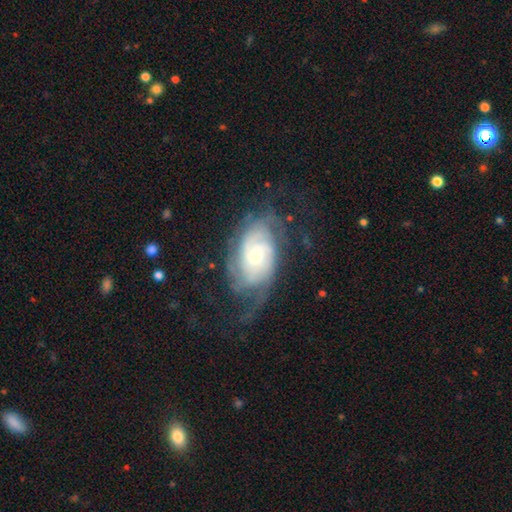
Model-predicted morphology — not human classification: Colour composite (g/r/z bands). It shows a featured or disk galaxy (82%) with no bar (62%), tight (56%) spiral arms (95%) and a small central bulge (51%). Merging: none (58%).